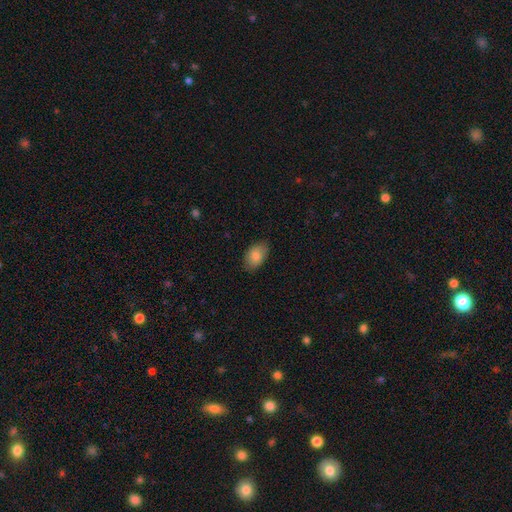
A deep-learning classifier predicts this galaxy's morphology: Smooth or featured: smooth — 84% (featured or disk — 9%)
How rounded: in between — 90% (round — 9%)
Merging: none — 81% (minor disturbance — 15%)